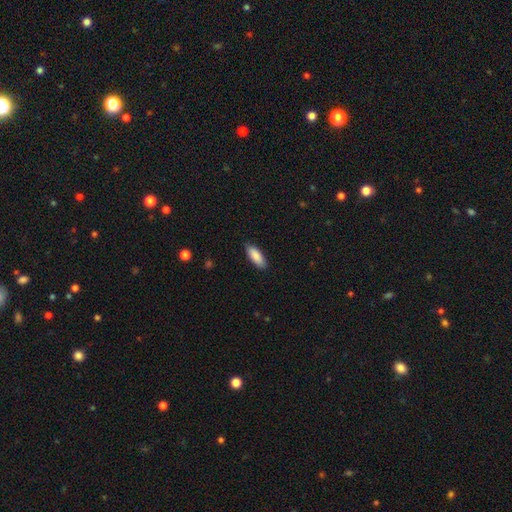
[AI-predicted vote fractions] This appears to be a smooth galaxy with no disk features (88%) that is in between round and cigar-shaped (73%). Merging: none (87%).